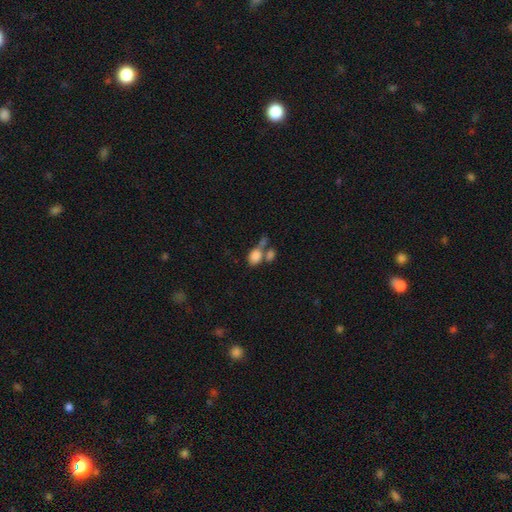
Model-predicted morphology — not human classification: A smooth galaxy with no disk features (81%) that is in between round and cigar-shaped (69%). Merging: merger (54%).